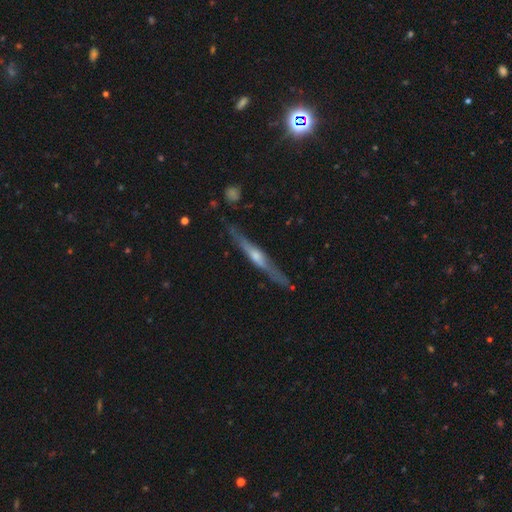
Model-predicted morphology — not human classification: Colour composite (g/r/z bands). It shows a featured or disk galaxy (76%) viewed edge-on (97%) with a rounded central bulge (78%). Merging: none (85%).